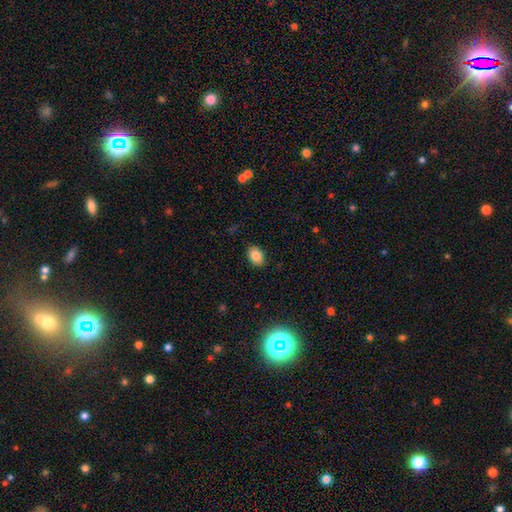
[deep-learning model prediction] smooth 85%, star or artifact 9%, featured or disk 6%. Down the decision tree: how rounded — in between (80%); merging — none (88%).